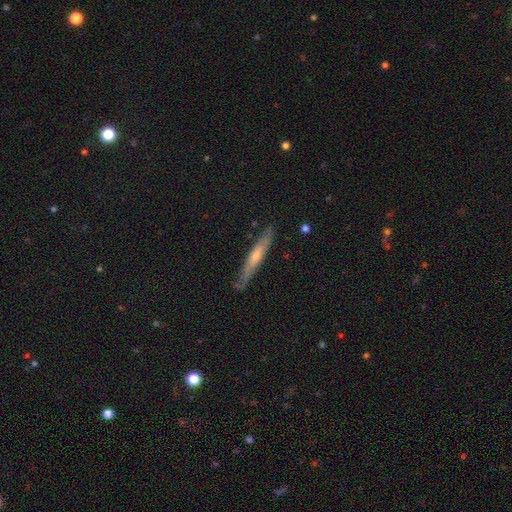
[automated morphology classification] This appears to be a featured or disk galaxy (51%) viewed edge-on (89%). Merging: none (82%).